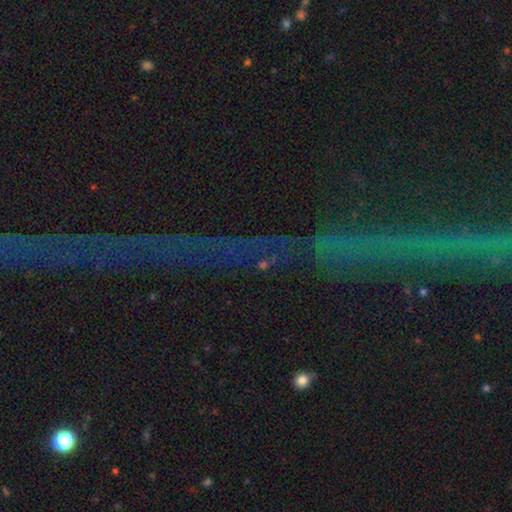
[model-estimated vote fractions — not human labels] This is likely a star or artifact rather than a galaxy (77%).